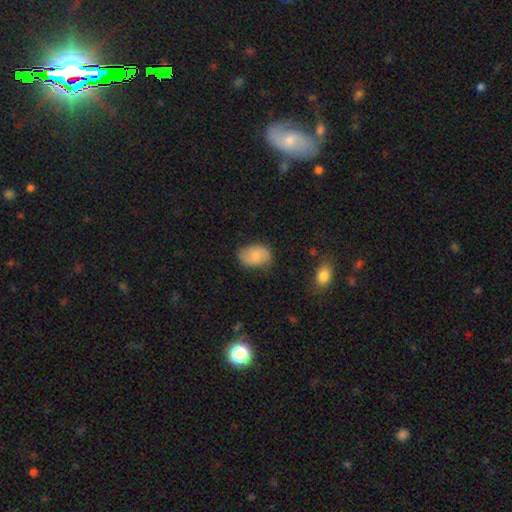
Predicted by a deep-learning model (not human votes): Morphology: type=smooth (68%); roundness=in between (84%); merging=none (69%).